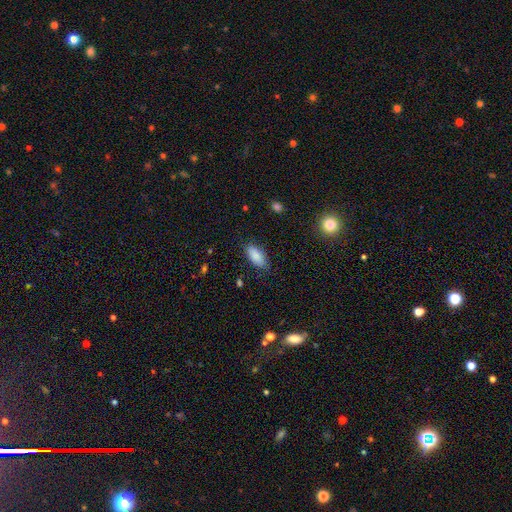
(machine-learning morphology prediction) This appears to be a smooth galaxy with no disk features (87%) that is in between round and cigar-shaped (88%). Merging: none (79%).